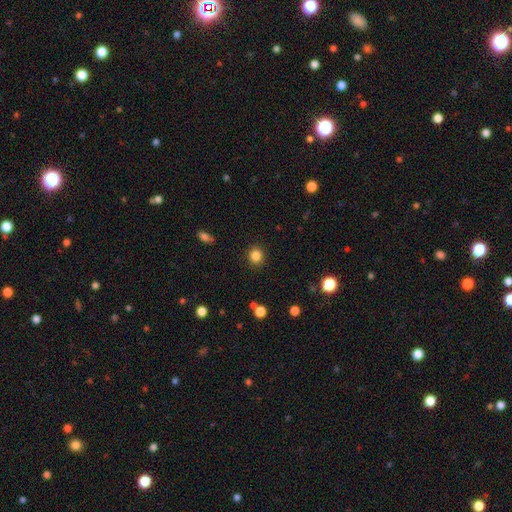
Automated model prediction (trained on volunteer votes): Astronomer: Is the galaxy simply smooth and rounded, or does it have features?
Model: smooth — 84%.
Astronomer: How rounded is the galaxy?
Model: round — 88%.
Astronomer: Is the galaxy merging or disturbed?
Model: none — 90%.